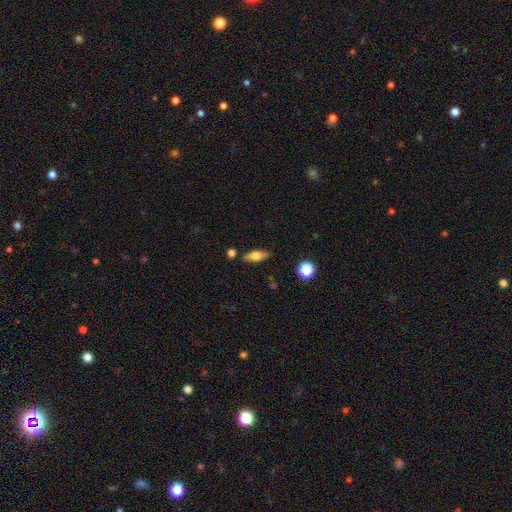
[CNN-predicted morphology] A smooth galaxy with no disk features (59%) that is in between round and cigar-shaped (66%). Merging: none (80%).